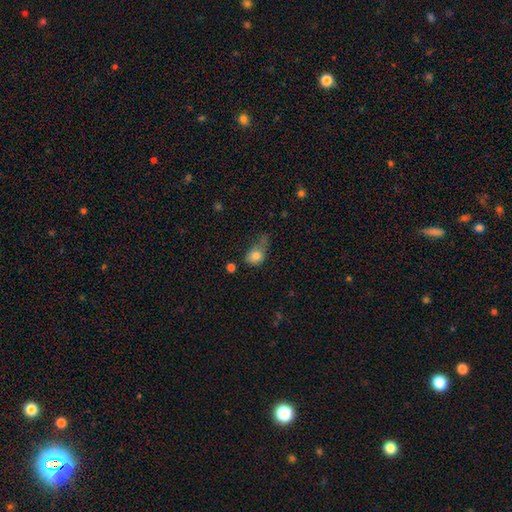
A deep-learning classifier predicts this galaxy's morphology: A smooth galaxy with no disk features (80%) that is in between round and cigar-shaped (49%, tied with round). Merging: minor disturbance (32%).